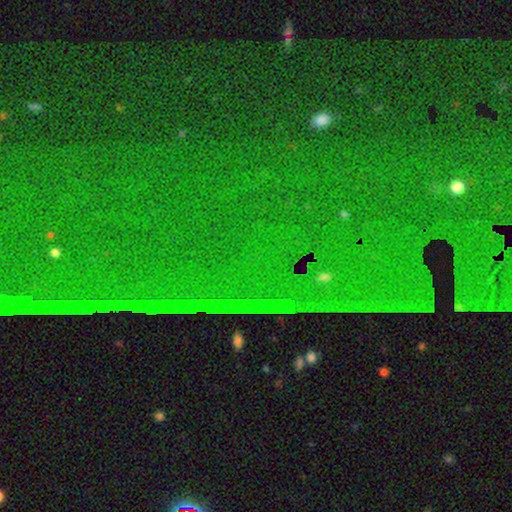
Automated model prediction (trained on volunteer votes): Morphology: type=star or artifact (84%).